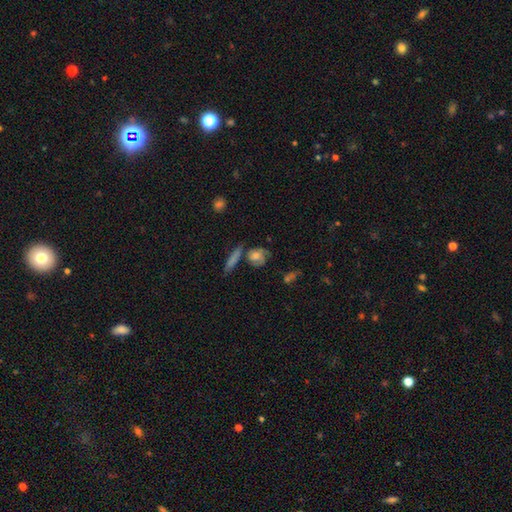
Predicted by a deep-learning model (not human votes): A featured or disk galaxy (52%).

Vote fractions:
- Smooth or featured? featured or disk: 52% / smooth: 38% / star or artifact: 10%
- Edge-on disk? no: 87% / yes: 13%
- Merging? none: 57% / minor disturbance: 19% / merger: 13% / major disturbance: 11%